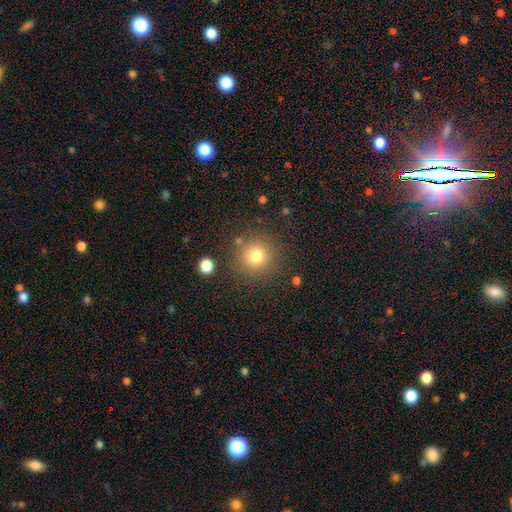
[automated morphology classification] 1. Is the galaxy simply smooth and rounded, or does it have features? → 78% smooth, 14% star or artifact, 9% featured or disk.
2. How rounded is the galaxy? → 93% round, 6% in between, 1% cigar-shaped.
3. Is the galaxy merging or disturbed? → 83% none, 9% minor disturbance, 4% major disturbance, 4% merger.